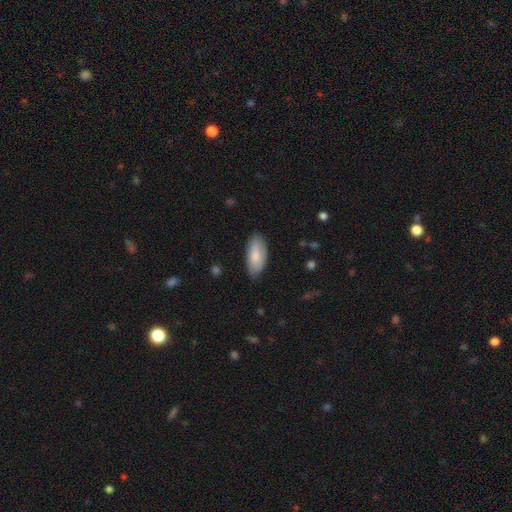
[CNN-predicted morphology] Overall: smooth (81%). How rounded: in between (91%). Merging: none (82%).